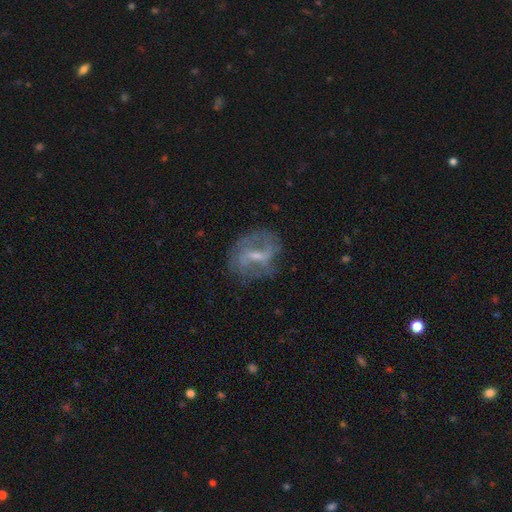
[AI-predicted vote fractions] smooth_or_featured: featured or disk (p=0.73) [alt: smooth p=0.18]
disk_edge_on: no (p=0.96) [alt: yes p=0.04]
bar: weak (p=0.55) [alt: strong p=0.26]
has_spiral_arms: yes (p=0.77) [alt: no p=0.23]
spiral_winding: medium (p=0.42) [alt: loose p=0.36]
spiral_arm_count: 2 (p=0.54) [alt: can't tell p=0.26]
bulge_size: small (p=0.51) [alt: moderate p=0.33]
merging: none (p=0.62) [alt: minor disturbance p=0.21]